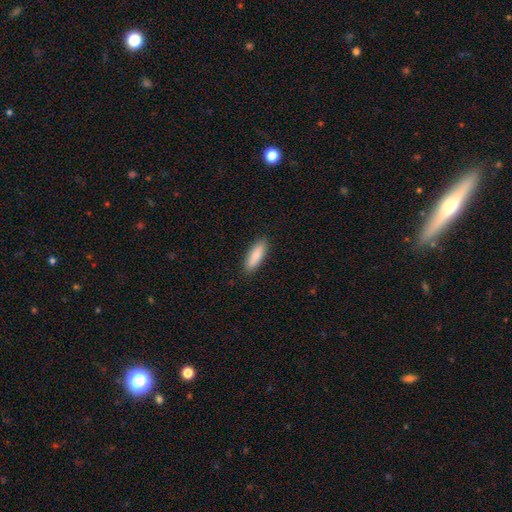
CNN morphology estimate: A smooth galaxy with no disk features (86%) that is in between round and cigar-shaped (55%).

Vote fractions:
- Smooth or featured? smooth: 86% / featured or disk: 8% / star or artifact: 6%
- How rounded? in between: 55% / cigar-shaped: 44% / round: 2%
- Merging? none: 89% / minor disturbance: 8% / major disturbance: 2% / merger: 1%